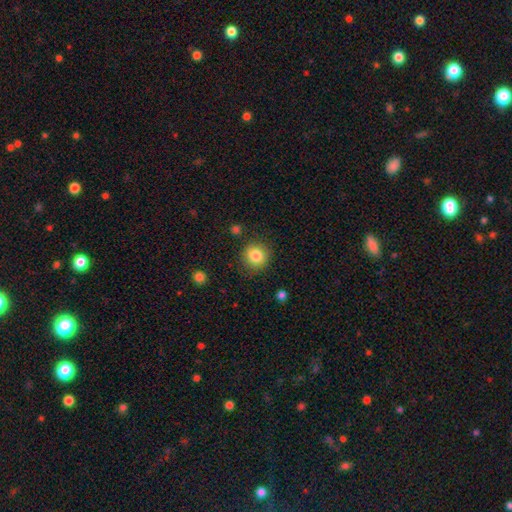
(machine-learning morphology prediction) A smooth galaxy with no disk features (84%) that is round (91%).

Vote fractions:
- Smooth or featured? smooth: 84% / star or artifact: 10% / featured or disk: 6%
- How rounded? round: 91% / in between: 8% / cigar-shaped: 1%
- Merging? none: 87% / minor disturbance: 9% / major disturbance: 3% / merger: 2%